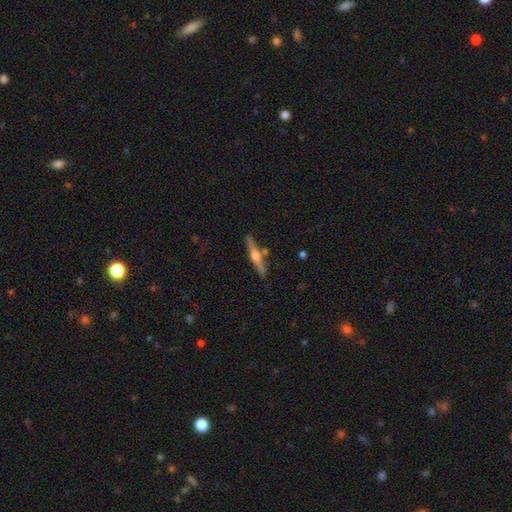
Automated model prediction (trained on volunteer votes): featured or disk 68%, smooth 27%, star or artifact 6%. Down the decision tree: edge-on disk — yes (97%); edge-on bulge — rounded (89%); merging — none (82%).